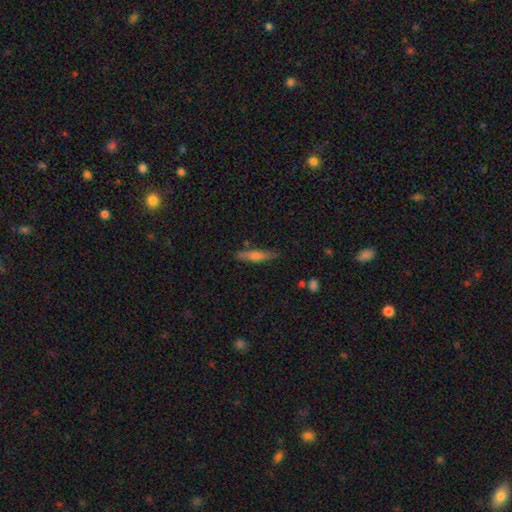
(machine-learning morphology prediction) Smooth or featured: smooth — 54% (featured or disk — 39%)
How rounded: cigar-shaped — 84% (in between — 14%)
Merging: none — 82% (minor disturbance — 13%)